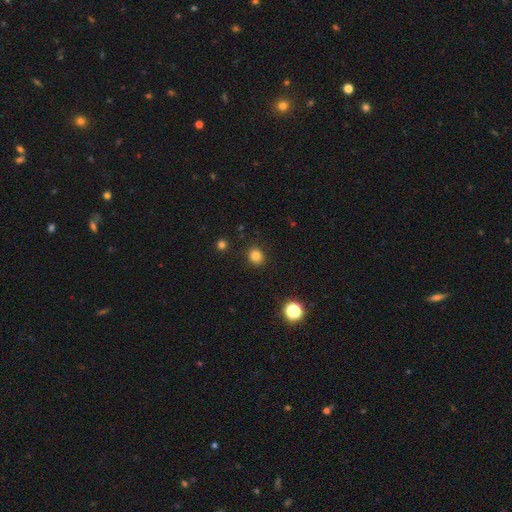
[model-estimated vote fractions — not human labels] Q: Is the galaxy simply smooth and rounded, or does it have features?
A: smooth — 82%.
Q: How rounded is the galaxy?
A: round — 82%.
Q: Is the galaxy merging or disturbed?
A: none — 90%.